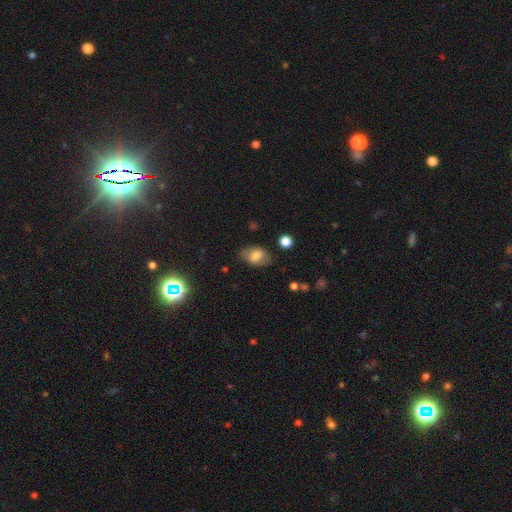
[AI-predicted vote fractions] Overall: smooth (70%). How rounded: in between (87%). Merging: none (76%).